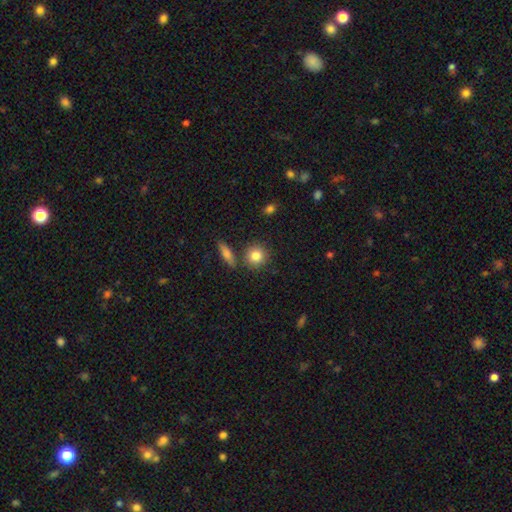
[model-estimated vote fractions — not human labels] A smooth galaxy with no disk features (82%) that is round (85%). Merging: none (78%).